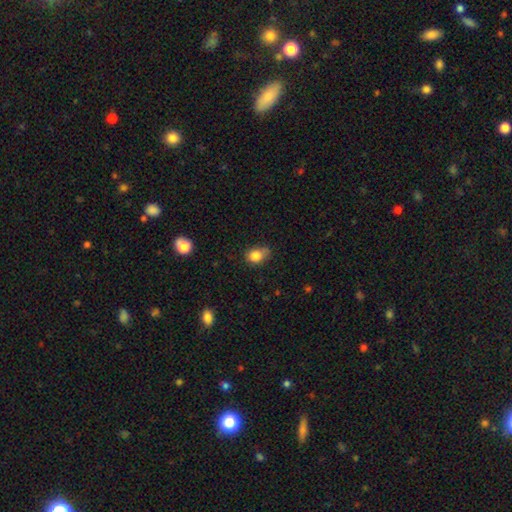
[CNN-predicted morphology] Smooth or featured: smooth — 83% (star or artifact — 10%)
How rounded: in between — 52% (round — 47%)
Merging: none — 51% (minor disturbance — 36%)